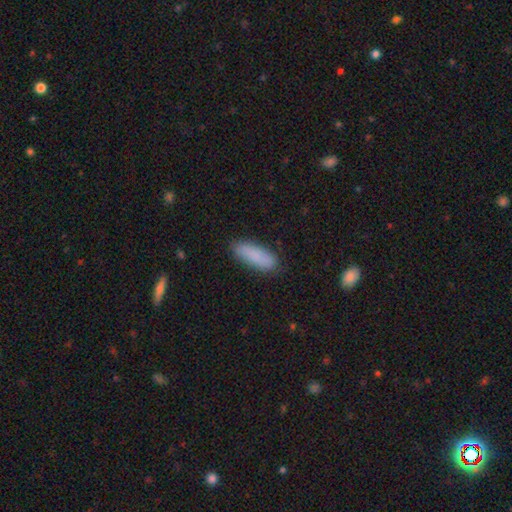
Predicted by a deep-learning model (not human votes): Overall: smooth (87%). How rounded: in between (60%; cigar-shaped 39%). Merging: none (85%).